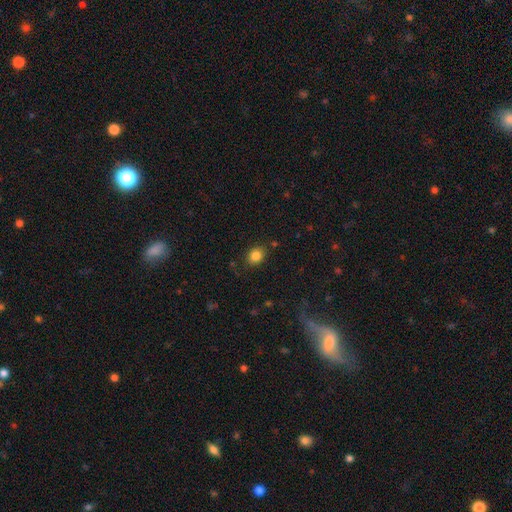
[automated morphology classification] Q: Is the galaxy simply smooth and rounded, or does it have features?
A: smooth — 84%.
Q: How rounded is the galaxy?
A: round — 51%.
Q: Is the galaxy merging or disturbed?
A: none — 82%.